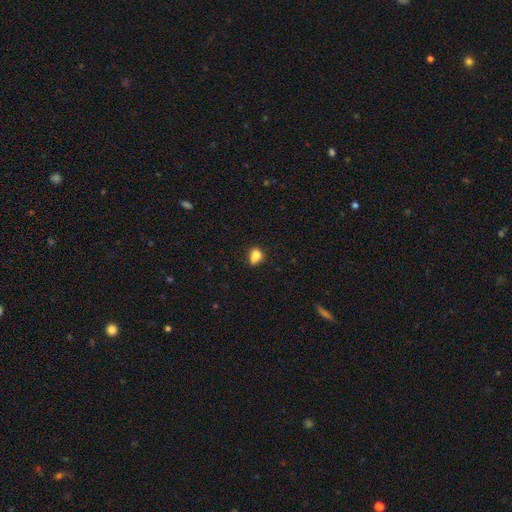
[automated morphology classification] smooth-or-featured: smooth: 80% | star or artifact: 11% | featured or disk: 9%
  how-rounded: in between: 63% | round: 34% | cigar-shaped: 3%
  merging: none: 47% | minor disturbance: 28% | merger: 16% | major disturbance: 9%